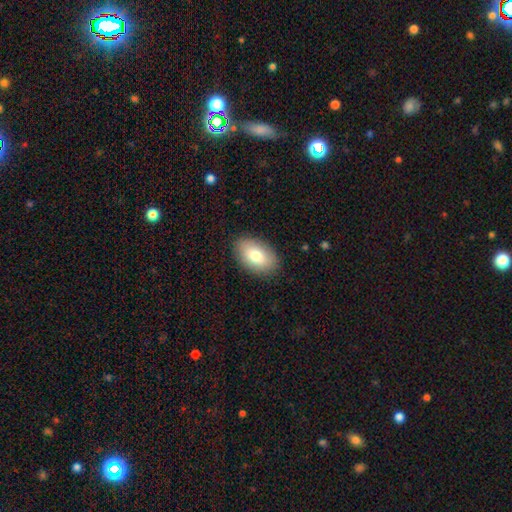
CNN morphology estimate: smooth-or-featured: smooth: 77% | featured or disk: 16% | star or artifact: 8%
  how-rounded: in between: 90% | round: 8% | cigar-shaped: 1%
  merging: none: 88% | minor disturbance: 9% | major disturbance: 2% | merger: 1%